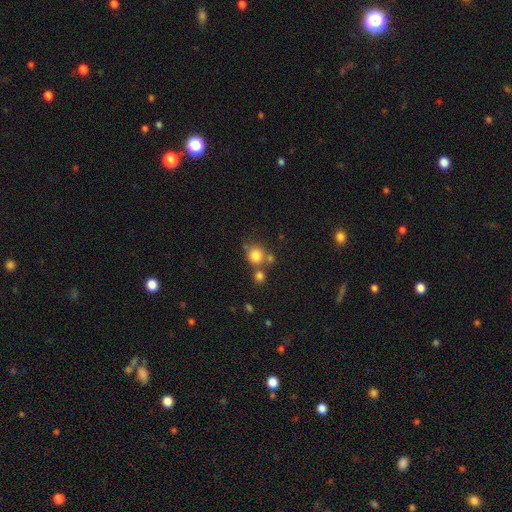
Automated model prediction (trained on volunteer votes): The model was most divided on "merging": none: 57%, merger: 28%, minor disturbance: 10%, major disturbance: 5%. More confident: how rounded — round (86%); smooth or featured — smooth (80%).